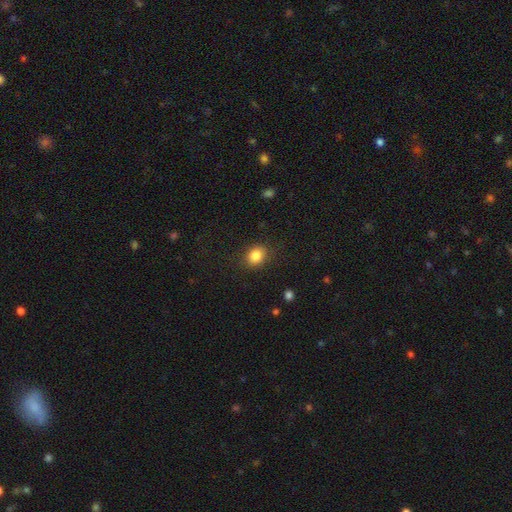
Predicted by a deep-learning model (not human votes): The model was most divided on "how rounded": round: 59%, in between: 40%, cigar-shaped: 1%. More confident: merging — none (86%); smooth or featured — smooth (84%).